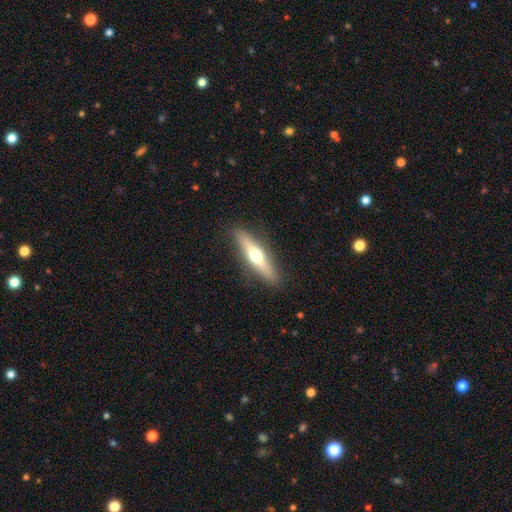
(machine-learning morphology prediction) A featured or disk galaxy (52%) viewed edge-on (92%).

Vote fractions:
- Smooth or featured? featured or disk: 52% / smooth: 43% / star or artifact: 6%
- Edge-on disk? yes: 92% / no: 8%
- Merging? none: 89% / minor disturbance: 8% / major disturbance: 2% / merger: 1%